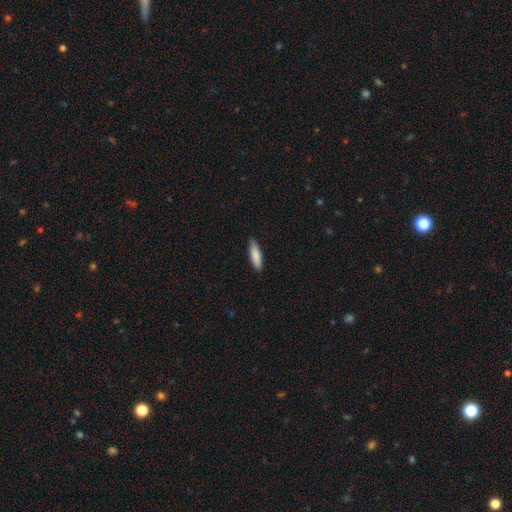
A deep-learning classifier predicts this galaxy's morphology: Smooth or featured?
  - smooth: 85% *
  - featured or disk: 9%
  - star or artifact: 5%
How rounded?
  - cigar-shaped: 68% *
  - in between: 30%
  - round: 1%
Merging?
  - none: 88% *
  - minor disturbance: 10%
  - major disturbance: 2%
  - merger: 1%